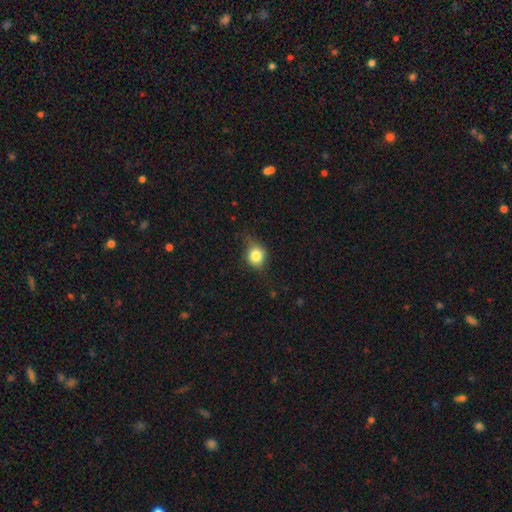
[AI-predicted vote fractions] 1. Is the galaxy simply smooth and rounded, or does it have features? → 79% smooth, 11% featured or disk, 10% star or artifact.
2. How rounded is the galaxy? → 68% round, 31% in between, 1% cigar-shaped.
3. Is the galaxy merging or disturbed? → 64% none, 28% minor disturbance, 7% major disturbance, 1% merger.